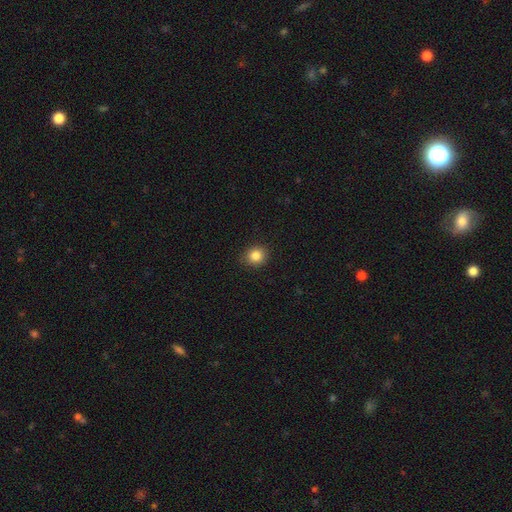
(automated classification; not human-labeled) The model was most divided on "how rounded": round: 82%, in between: 17%, cigar-shaped: 1%. More confident: merging — none (89%); smooth or featured — smooth (85%).